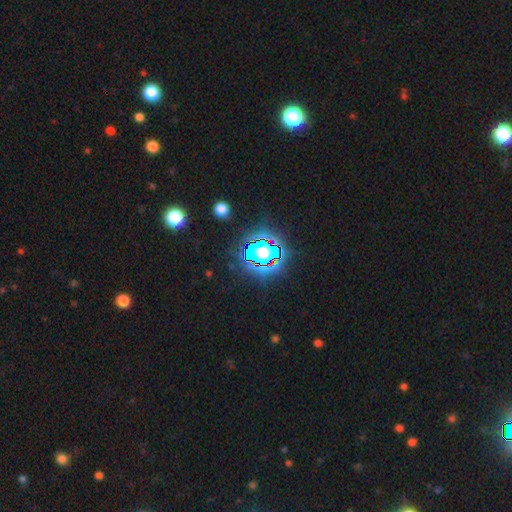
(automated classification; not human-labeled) Smooth or featured? Predicted: star or artifact (p=0.78).